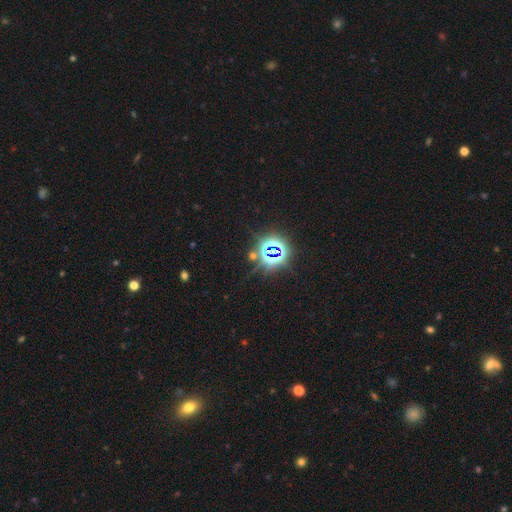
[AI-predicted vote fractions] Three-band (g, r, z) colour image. It shows a star or artifact, not a galaxy (79%).